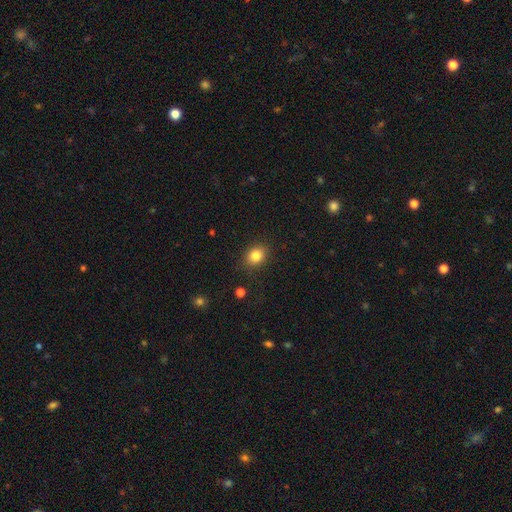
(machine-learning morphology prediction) smooth_or_featured: smooth (p=0.84) [alt: star or artifact p=0.11]
how_rounded: round (p=0.57) [alt: in between p=0.42]
merging: none (p=0.87) [alt: minor disturbance p=0.09]